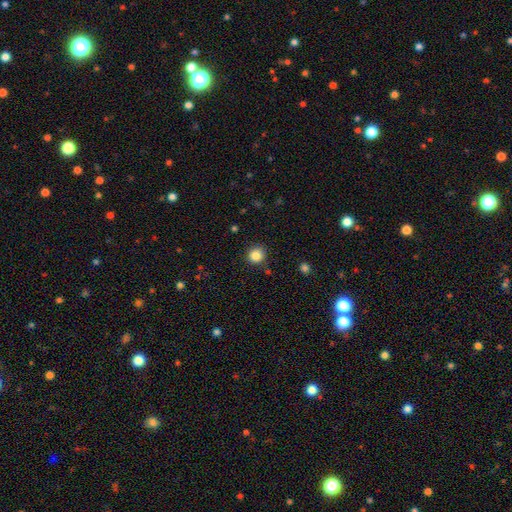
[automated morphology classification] Smooth or featured? smooth (85%)
How rounded? round (91%)
Merging? none (86%)